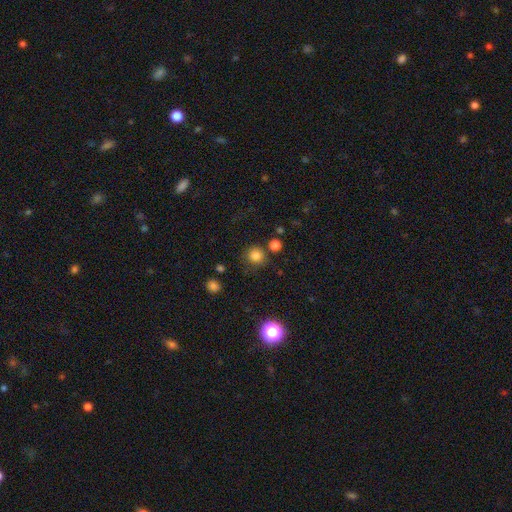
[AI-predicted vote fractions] Smooth or featured? Predicted: smooth (p=0.80). How rounded? Predicted: round (p=0.93). Merging? Predicted: none (p=0.80).